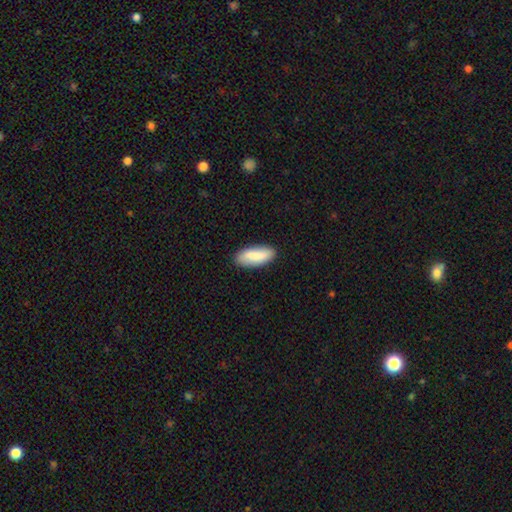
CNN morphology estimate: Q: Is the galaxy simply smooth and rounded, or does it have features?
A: smooth — 81%.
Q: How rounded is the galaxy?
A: in between — 78%.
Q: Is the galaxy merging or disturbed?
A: none — 86%.